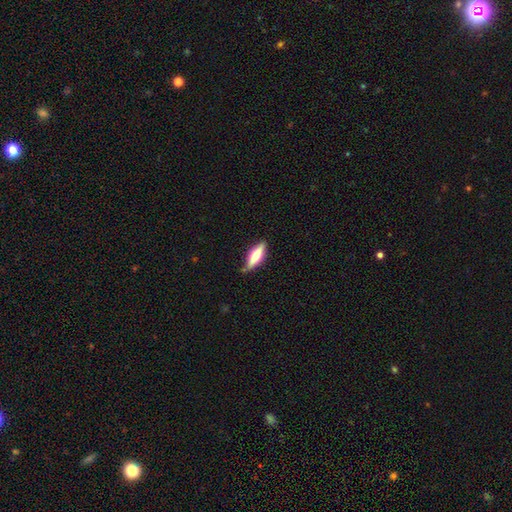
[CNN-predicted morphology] A featured or disk galaxy (48%). Merging: none (78%).